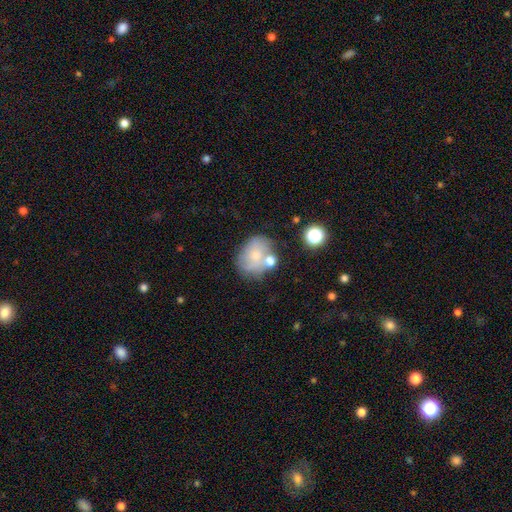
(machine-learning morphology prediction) type=smooth (48%); merging=none (54%).